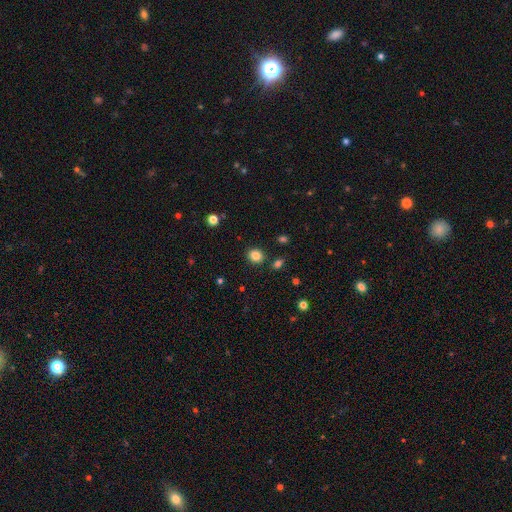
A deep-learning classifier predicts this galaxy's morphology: smooth 83%, star or artifact 12%, featured or disk 5%. Down the decision tree: how rounded — round (74%); merging — none (86%).